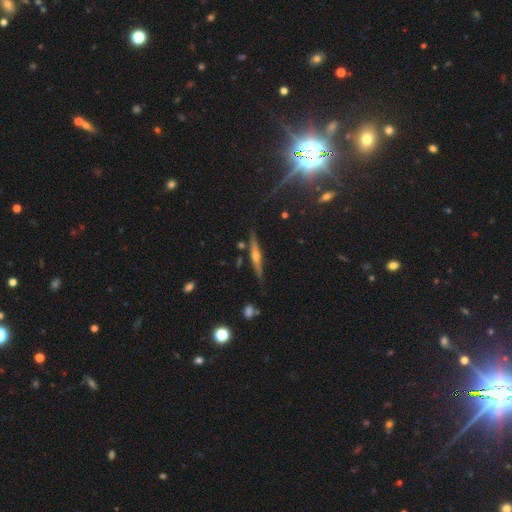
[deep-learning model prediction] Q: Smooth or featured?
A: featured or disk (70%); runner-up: smooth (21%)
Q: Edge-on disk?
A: yes (97%); runner-up: no (3%)
Q: Edge-on bulge?
A: rounded (88%); runner-up: none (7%)
Q: Merging?
A: none (85%); runner-up: minor disturbance (10%)